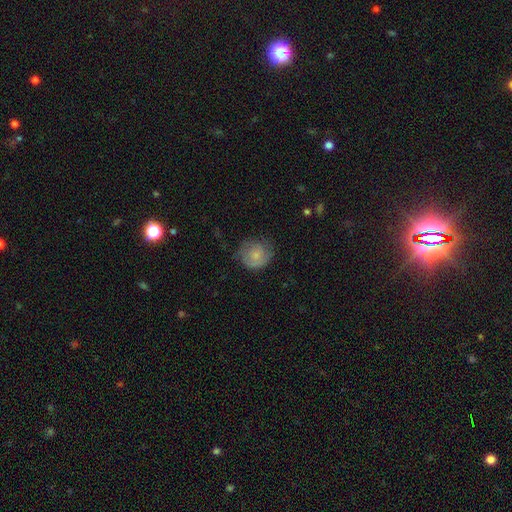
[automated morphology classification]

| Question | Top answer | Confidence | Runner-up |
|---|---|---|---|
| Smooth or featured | smooth | 65% | featured or disk (28%) |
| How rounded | round | 83% | in between (16%) |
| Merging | none | 62% | minor disturbance (26%) |